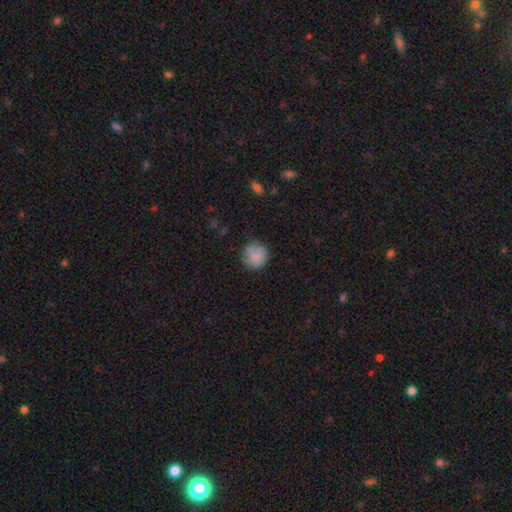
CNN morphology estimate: smooth 80%, featured or disk 12%, star or artifact 8%. Down the decision tree: how rounded — round (88%); merging — none (71%).